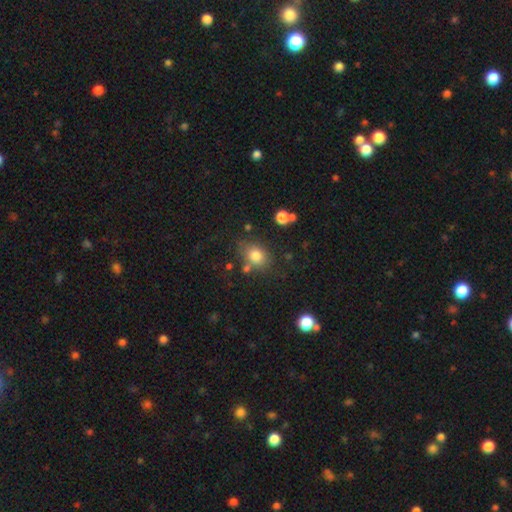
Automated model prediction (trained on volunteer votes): This is clearly a smooth galaxy (80%). How rounded: possibly in between (57%). Merging: likely none (69%).